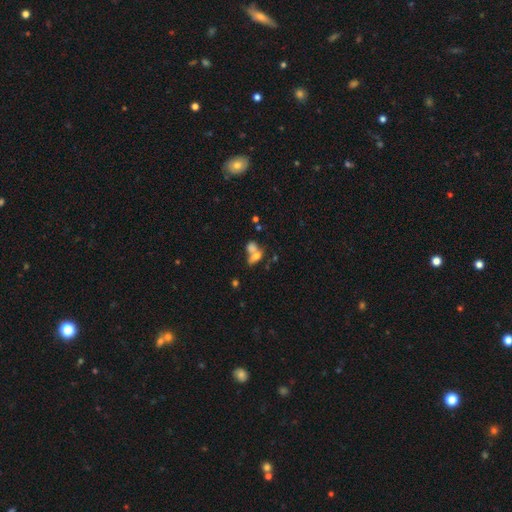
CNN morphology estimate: This is likely a smooth galaxy (63%). How rounded: likely in between (69%). Merging: possibly merger (51%).